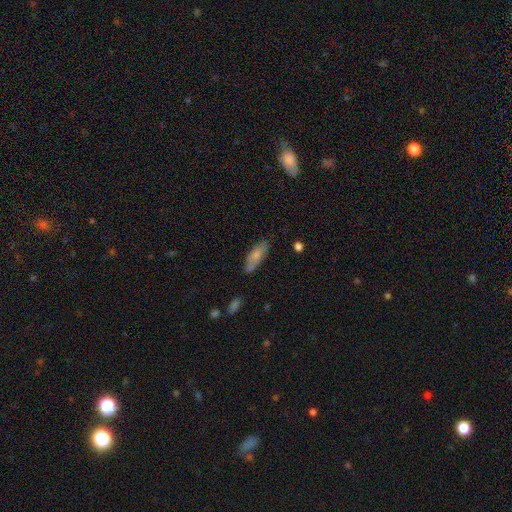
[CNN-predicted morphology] This appears to be a smooth galaxy with no disk features (72%) that is in between round and cigar-shaped (62%). Merging: none (74%).